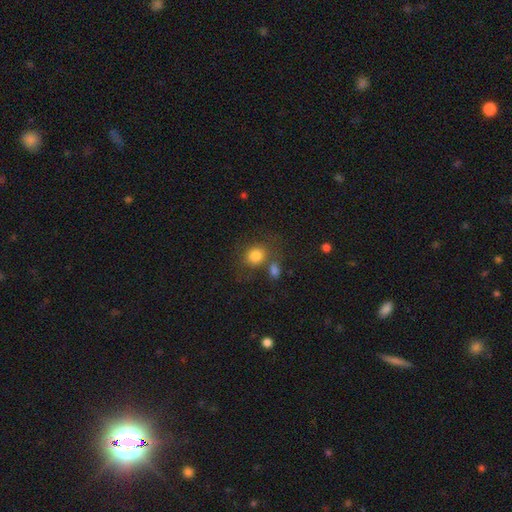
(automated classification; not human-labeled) A smooth galaxy with no disk features (82%) that is round (71%). Merging: none (61%).